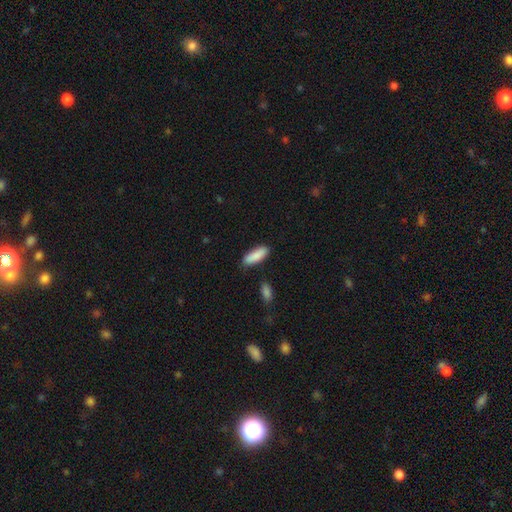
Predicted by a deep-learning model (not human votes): Smooth or featured: smooth — 88% (featured or disk — 6%)
How rounded: in between — 62% (cigar-shaped — 37%)
Merging: none — 82% (minor disturbance — 12%)